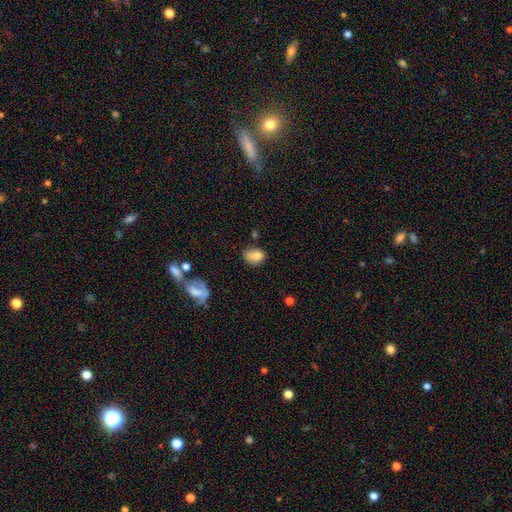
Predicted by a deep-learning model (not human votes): Overall: smooth (76%). How rounded: in between (67%; round 32%). Merging: none (43%; minor disturbance 29%).